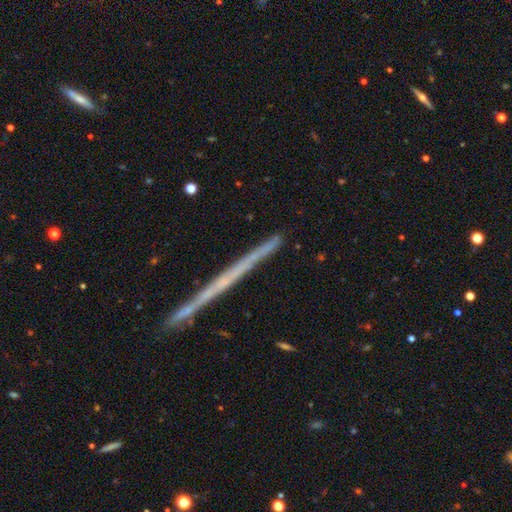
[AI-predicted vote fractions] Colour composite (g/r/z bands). It shows a featured or disk galaxy (65%) viewed edge-on (97%) with no central bulge (90%). Merging: none (88%).